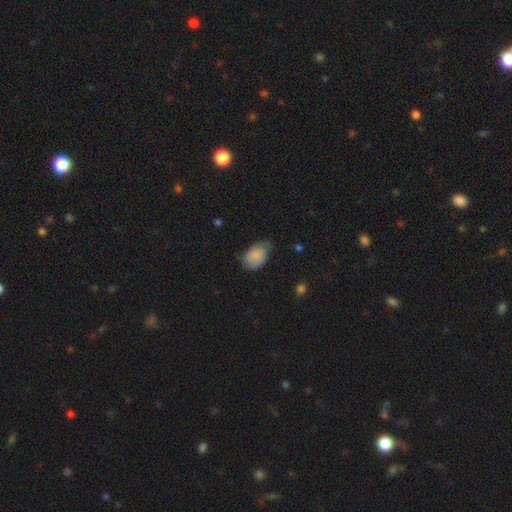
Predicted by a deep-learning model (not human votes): This appears to be a smooth galaxy with no disk features (82%) that is in between round and cigar-shaped (88%). Merging: none (46%).